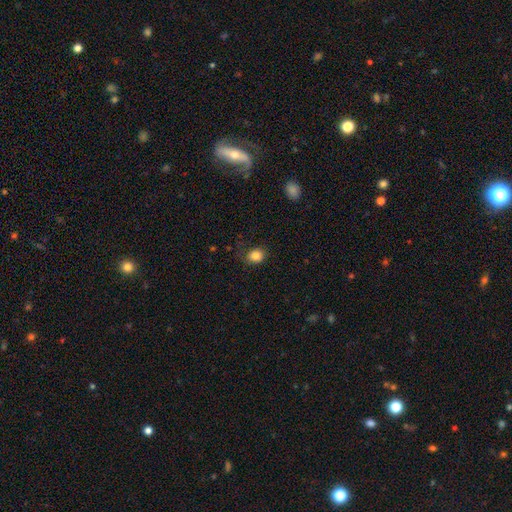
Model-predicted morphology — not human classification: smooth-or-featured: smooth: 83% | star or artifact: 10% | featured or disk: 6%
  how-rounded: round: 63% | in between: 36% | cigar-shaped: 1%
  merging: none: 72% | minor disturbance: 19% | major disturbance: 8% | merger: 1%